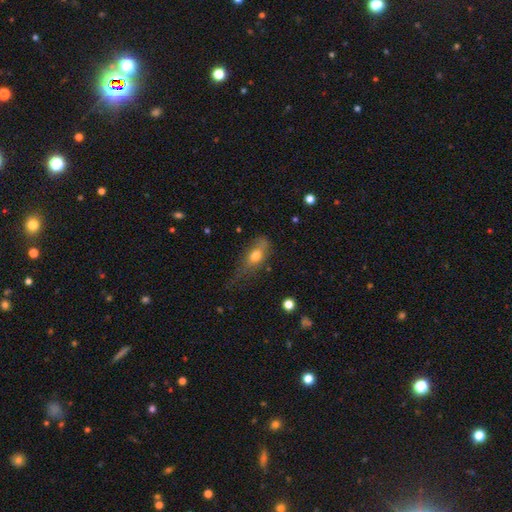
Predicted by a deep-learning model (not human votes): Smooth or featured: smooth — 67% (featured or disk — 24%)
How rounded: in between — 76% (cigar-shaped — 14%)
Merging: none — 37% (minor disturbance — 33%)